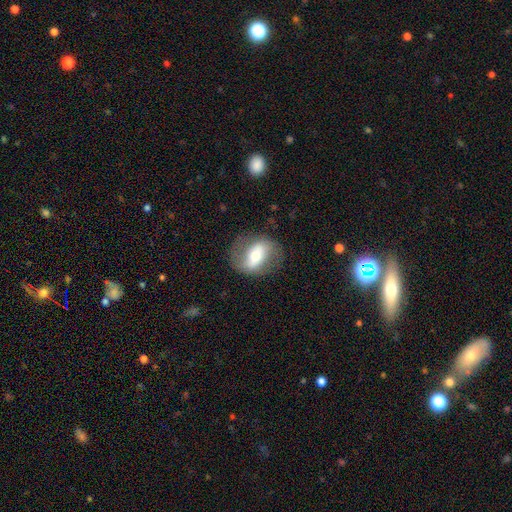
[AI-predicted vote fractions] Q: Smooth or featured?
A: featured or disk (58%); runner-up: smooth (35%)
Q: Edge-on disk?
A: no (90%); runner-up: yes (10%)
Q: Bar?
A: strong (46%); runner-up: weak (29%)
Q: Spiral arms?
A: yes (61%); runner-up: no (39%)
Q: Bulge size?
A: moderate (56%); runner-up: small (29%)
Q: Merging?
A: none (74%); runner-up: minor disturbance (16%)